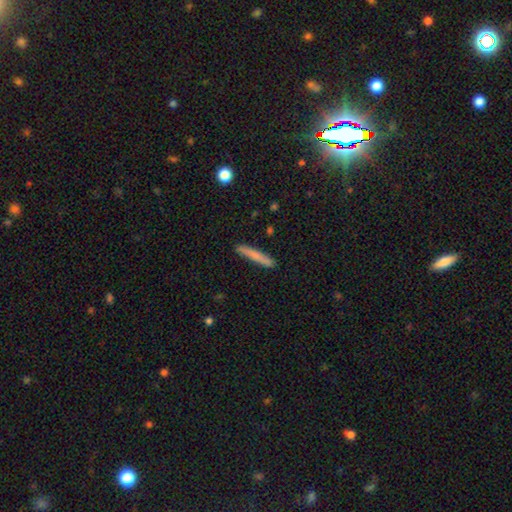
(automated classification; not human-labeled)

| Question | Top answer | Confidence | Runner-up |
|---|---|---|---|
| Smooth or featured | smooth | 76% | featured or disk (19%) |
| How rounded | cigar-shaped | 95% | in between (4%) |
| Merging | none | 88% | minor disturbance (9%) |